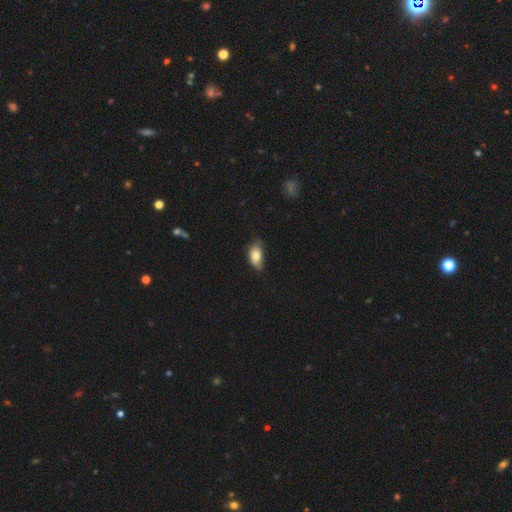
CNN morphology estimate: Smooth or featured? Predicted: smooth (p=0.79). How rounded? Predicted: in between (p=0.90). Merging? Predicted: none (p=0.53).